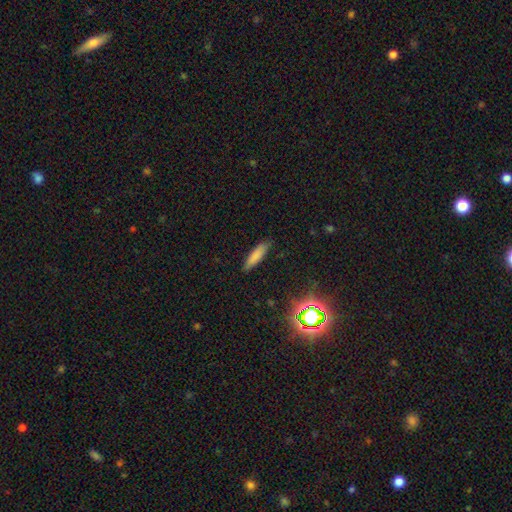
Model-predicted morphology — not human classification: smooth-or-featured: smooth: 79% | featured or disk: 11% | star or artifact: 10%
  how-rounded: cigar-shaped: 74% | in between: 25% | round: 2%
  merging: none: 86% | minor disturbance: 11% | major disturbance: 2% | merger: 1%